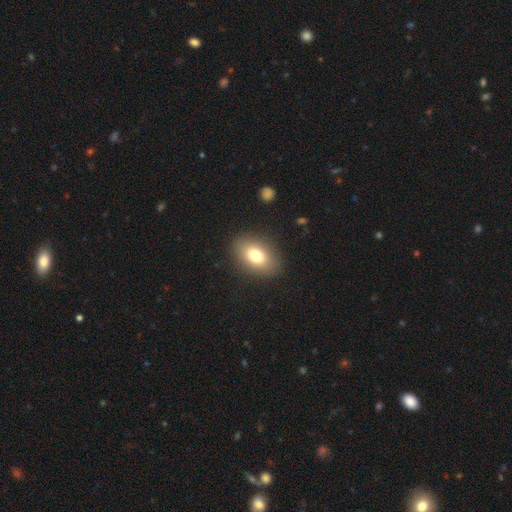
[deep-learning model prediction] Morphology: type=smooth (78%); roundness=in between (85%); merging=none (87%).